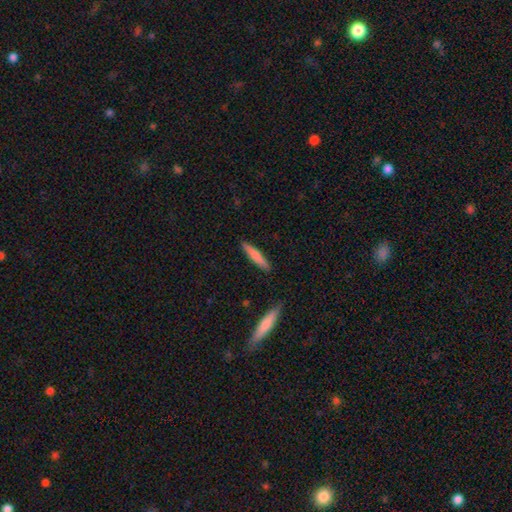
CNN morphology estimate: smooth 74%, featured or disk 21%, star or artifact 5%. Down the decision tree: how rounded — cigar-shaped (89%); merging — none (88%).